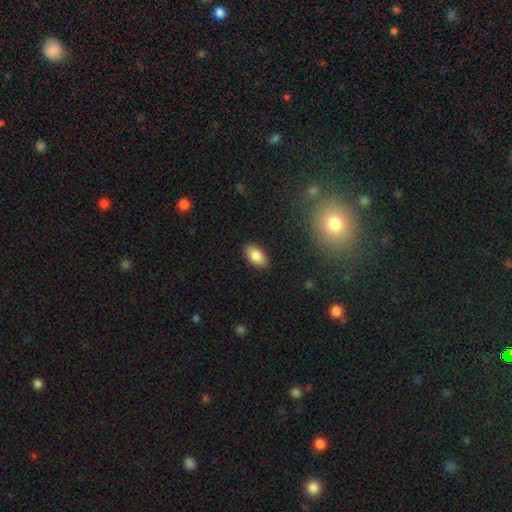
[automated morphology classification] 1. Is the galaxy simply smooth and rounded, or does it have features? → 85% smooth, 8% star or artifact, 7% featured or disk.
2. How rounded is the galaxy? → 93% in between, 5% round, 2% cigar-shaped.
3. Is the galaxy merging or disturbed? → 88% none, 9% minor disturbance, 2% major disturbance, 1% merger.